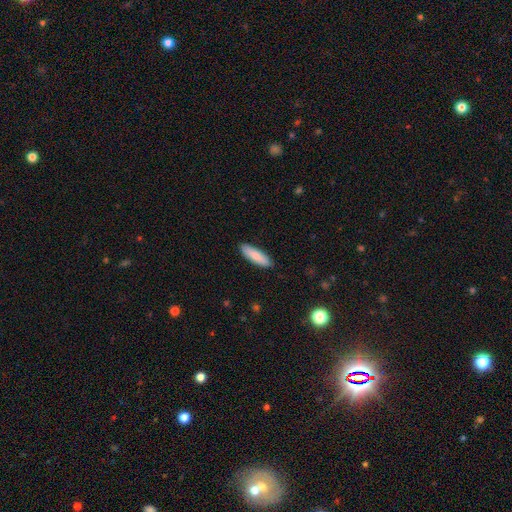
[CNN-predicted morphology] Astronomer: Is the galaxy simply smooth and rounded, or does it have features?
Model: smooth — 85%.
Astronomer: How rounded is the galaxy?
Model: cigar-shaped — 53% (runner-up: in between, 45%).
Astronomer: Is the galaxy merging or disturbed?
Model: none — 89%.